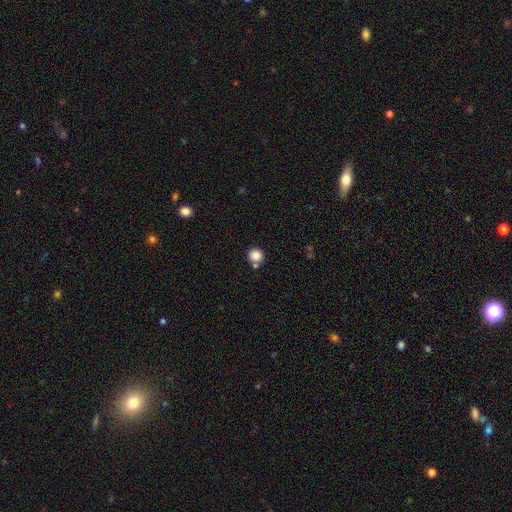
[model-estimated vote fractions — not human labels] smooth_or_featured: smooth (p=0.86) [alt: star or artifact p=0.10]
how_rounded: round (p=0.92) [alt: in between p=0.07]
merging: none (p=0.71) [alt: merger p=0.16]